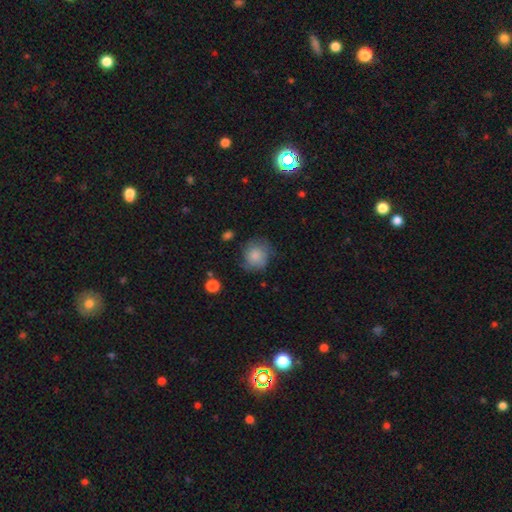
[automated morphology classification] This appears to be a smooth galaxy with no disk features (73%) that is round (82%). Merging: none (60%).